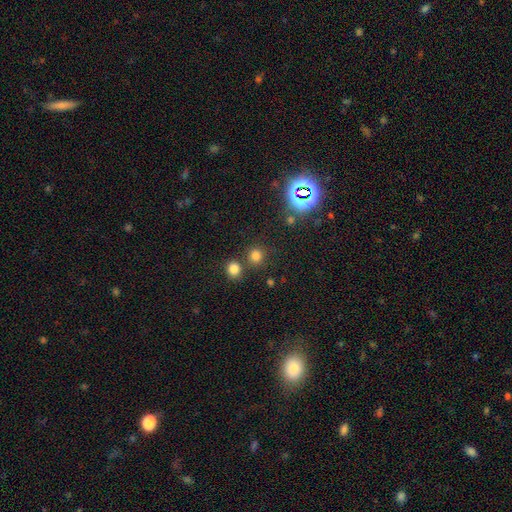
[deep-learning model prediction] Overall: smooth (75%). How rounded: round (89%). Merging: none (75%).